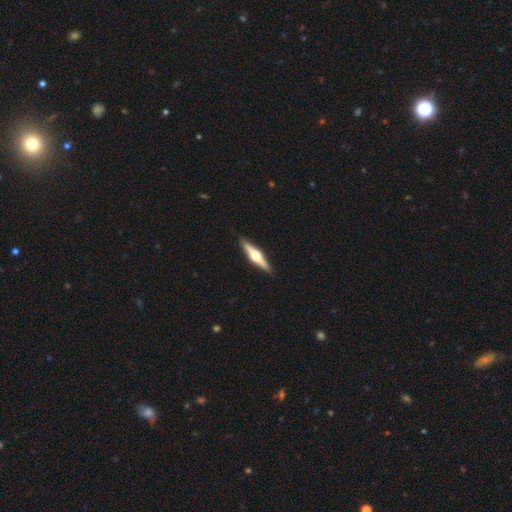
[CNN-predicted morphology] Smooth or featured: featured or disk — 74% (smooth — 21%)
Edge-on disk: yes — 98% (no — 2%)
Edge-on bulge: rounded — 96% (boxy — 2%)
Merging: none — 92% (minor disturbance — 6%)